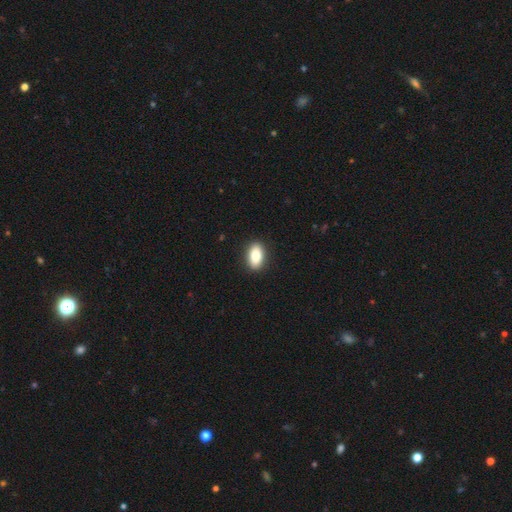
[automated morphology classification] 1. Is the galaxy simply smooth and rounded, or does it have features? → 84% smooth, 9% featured or disk, 7% star or artifact.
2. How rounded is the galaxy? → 89% in between, 6% round, 4% cigar-shaped.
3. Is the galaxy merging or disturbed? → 90% none, 7% minor disturbance, 2% major disturbance, 1% merger.